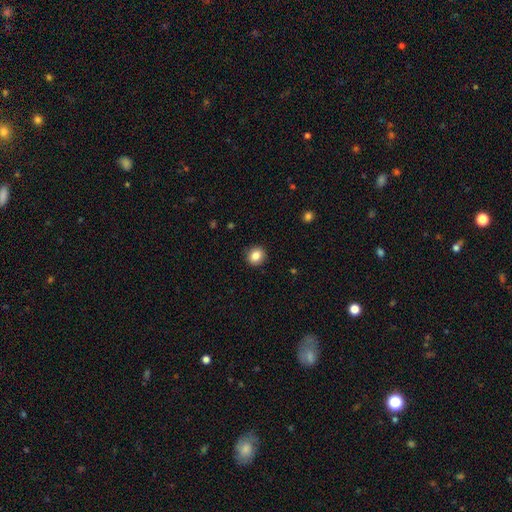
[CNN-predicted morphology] This is clearly a smooth galaxy (84%). How rounded: likely round (78%). Merging: clearly none (91%).